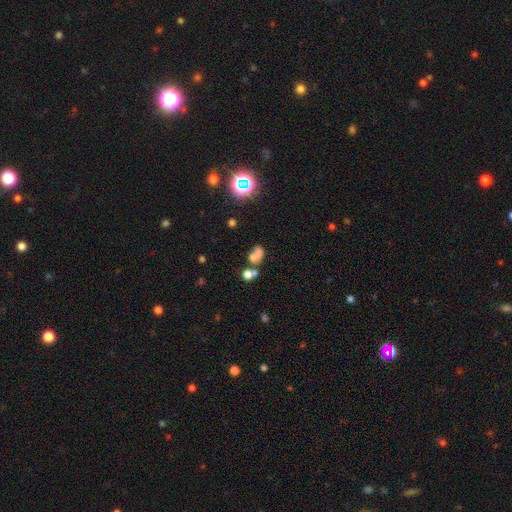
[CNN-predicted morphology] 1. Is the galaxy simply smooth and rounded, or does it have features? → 55% smooth, 23% featured or disk, 22% star or artifact.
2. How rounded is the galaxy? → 59% in between, 39% round, 2% cigar-shaped.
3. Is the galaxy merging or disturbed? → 49% merger, 27% none, 12% major disturbance, 11% minor disturbance.